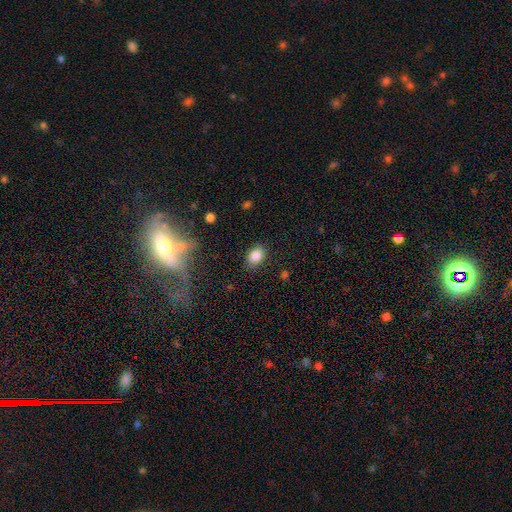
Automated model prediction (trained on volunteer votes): A smooth galaxy with no disk features (84%) that is in between round and cigar-shaped (77%).

Vote fractions:
- Smooth or featured? smooth: 84% / star or artifact: 9% / featured or disk: 6%
- How rounded? in between: 77% / round: 21% / cigar-shaped: 1%
- Merging? none: 85% / minor disturbance: 11% / major disturbance: 3% / merger: 1%